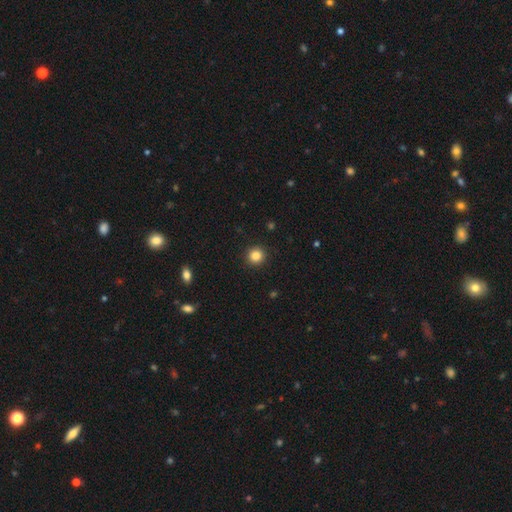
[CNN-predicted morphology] type=smooth (84%); roundness=round (94%); merging=none (93%).